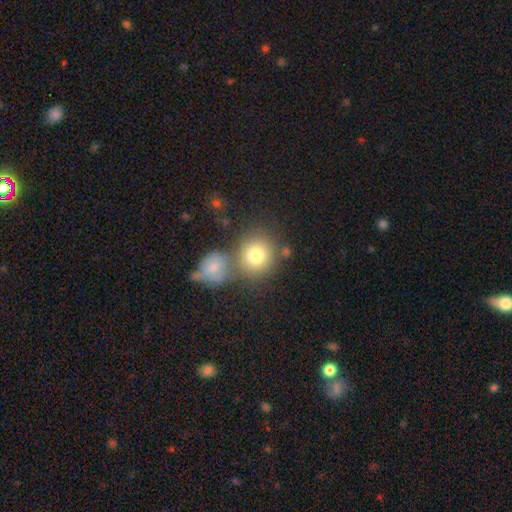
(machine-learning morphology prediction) A smooth galaxy with no disk features (77%) that is round (86%).

Vote fractions:
- Smooth or featured? smooth: 77% / featured or disk: 13% / star or artifact: 10%
- How rounded? round: 86% / in between: 13% / cigar-shaped: 1%
- Merging? none: 52% / merger: 34% / minor disturbance: 10% / major disturbance: 5%